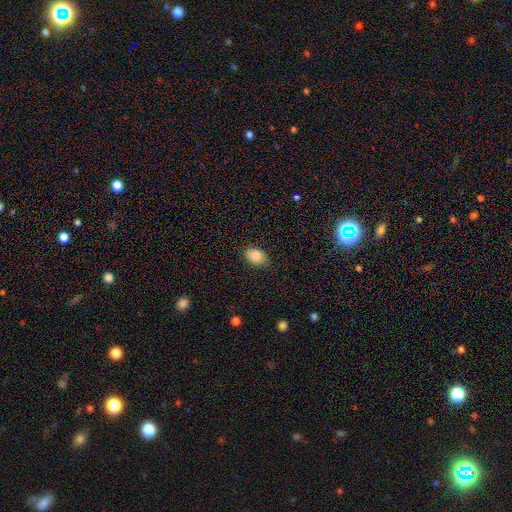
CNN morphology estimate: The model was most divided on "how rounded": in between: 85%, round: 14%, cigar-shaped: 1%. More confident: smooth or featured — smooth (87%); merging — none (85%).